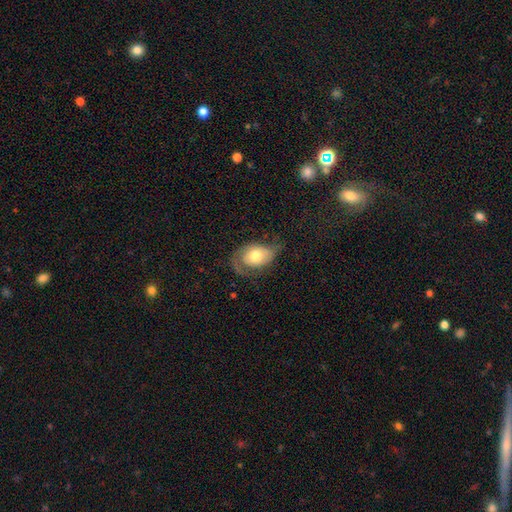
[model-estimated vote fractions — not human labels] smooth-or-featured: featured or disk: 47% | smooth: 46% | star or artifact: 7%
  merging: none: 43% | minor disturbance: 29% | major disturbance: 26% | merger: 2%